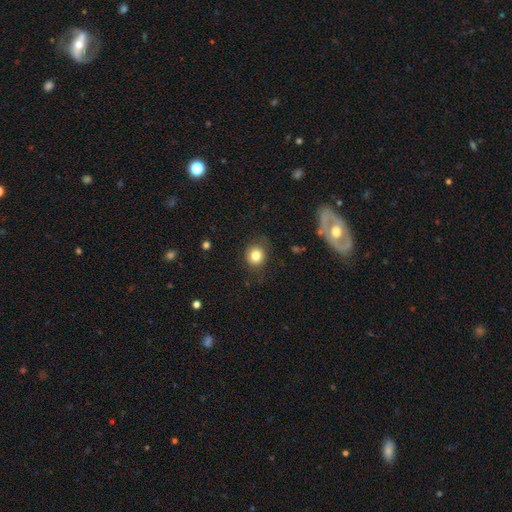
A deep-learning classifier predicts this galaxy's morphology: A smooth galaxy with no disk features (81%) that is round (83%). Merging: none (81%).